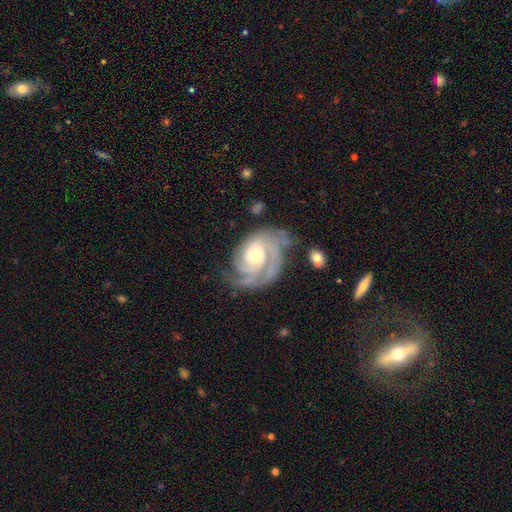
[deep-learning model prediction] Smooth or featured: featured or disk — 91% (star or artifact — 4%)
Edge-on disk: no — 98% (yes — 2%)
Bar: no — 69% (weak — 24%)
Spiral arms: yes — 98% (no — 2%)
Spiral winding: tight — 71% (medium — 25%)
Spiral arm count: 3 — 42% (2 — 16%)
Bulge size: moderate — 53% (small — 42%)
Merging: none — 68% (minor disturbance — 20%)